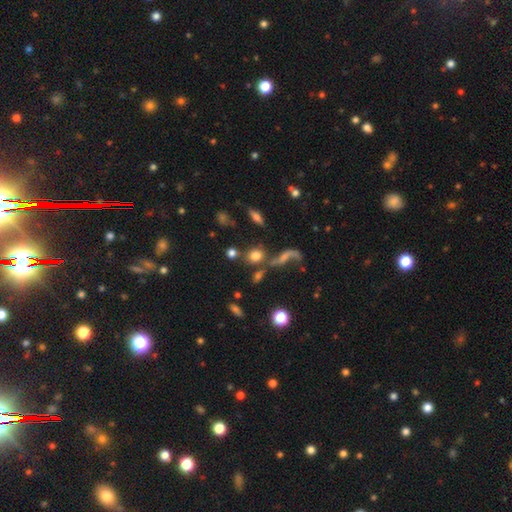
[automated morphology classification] type=smooth (70%); roundness=round (64%); merging=none (56%).